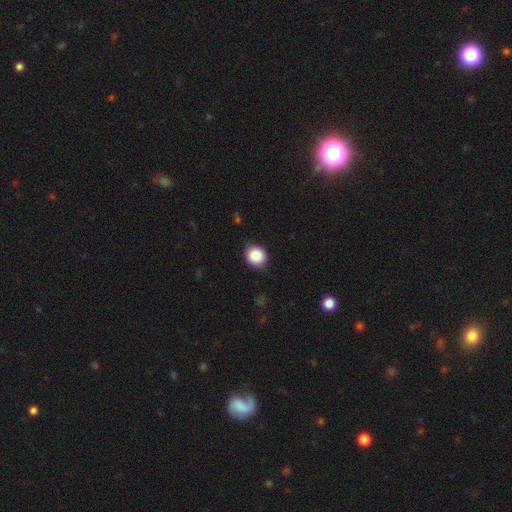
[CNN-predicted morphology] This is clearly a smooth galaxy (88%). How rounded: clearly round (83%). Merging: clearly none (82%).